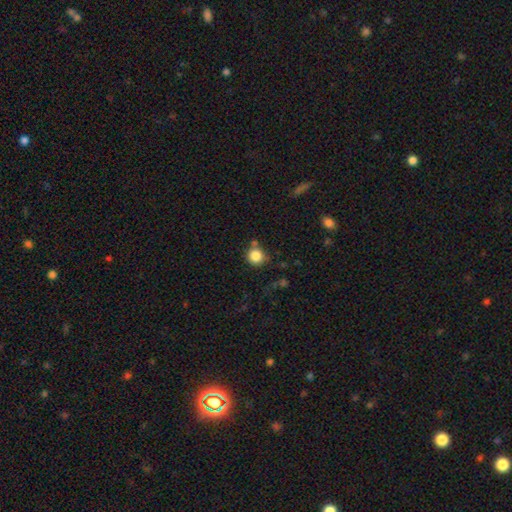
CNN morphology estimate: This is clearly a smooth galaxy (84%). How rounded: clearly round (91%). Merging: likely none (71%).